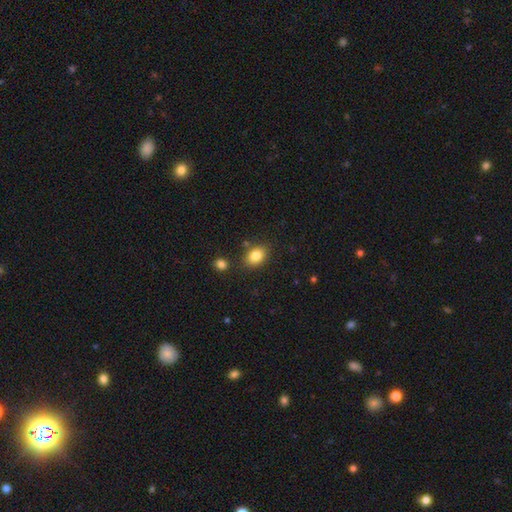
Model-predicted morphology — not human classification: A smooth galaxy with no disk features (84%) that is in between round and cigar-shaped (76%).

Vote fractions:
- Smooth or featured? smooth: 84% / star or artifact: 9% / featured or disk: 7%
- How rounded? in between: 76% / round: 23% / cigar-shaped: 1%
- Merging? none: 79% / minor disturbance: 12% / merger: 6% / major disturbance: 3%